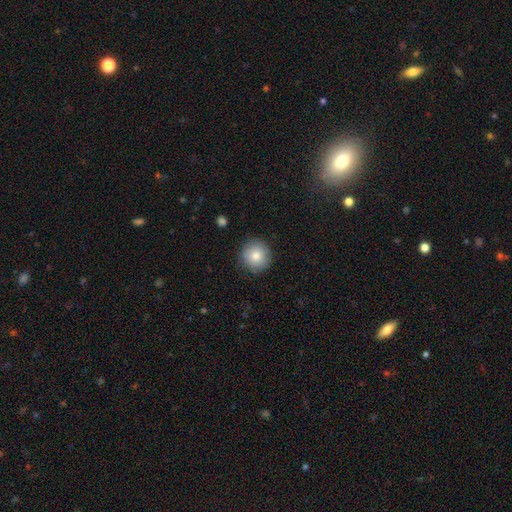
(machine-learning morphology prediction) The model was most divided on "smooth or featured": smooth: 81%, featured or disk: 11%, star or artifact: 8%. More confident: how rounded — round (94%); merging — none (85%).